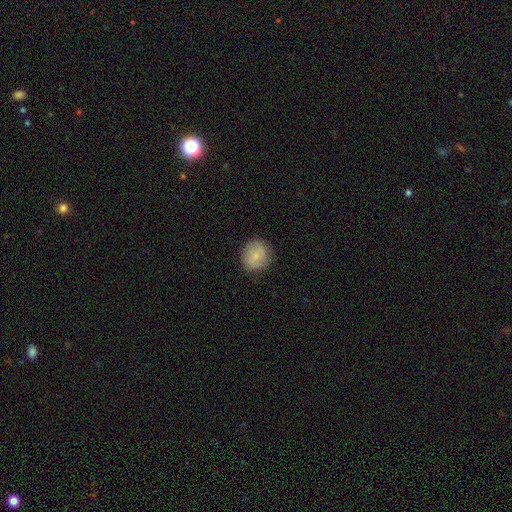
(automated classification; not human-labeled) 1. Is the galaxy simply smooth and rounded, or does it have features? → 74% smooth, 19% featured or disk, 7% star or artifact.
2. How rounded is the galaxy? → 84% round, 15% in between, 1% cigar-shaped.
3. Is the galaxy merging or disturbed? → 85% none, 11% minor disturbance, 3% major disturbance, 1% merger.